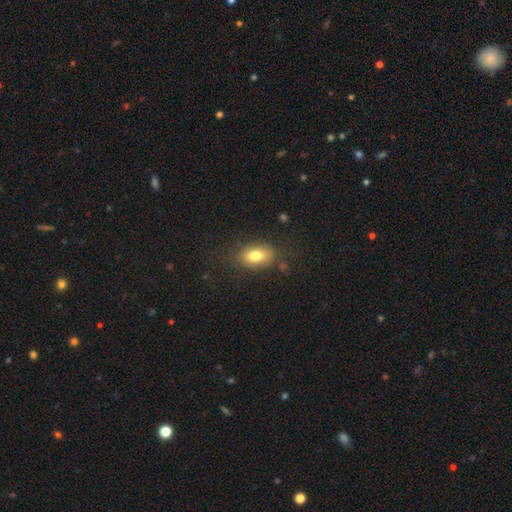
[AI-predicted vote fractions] smooth 78%, featured or disk 13%, star or artifact 9%. Down the decision tree: how rounded — in between (84%); merging — none (77%).